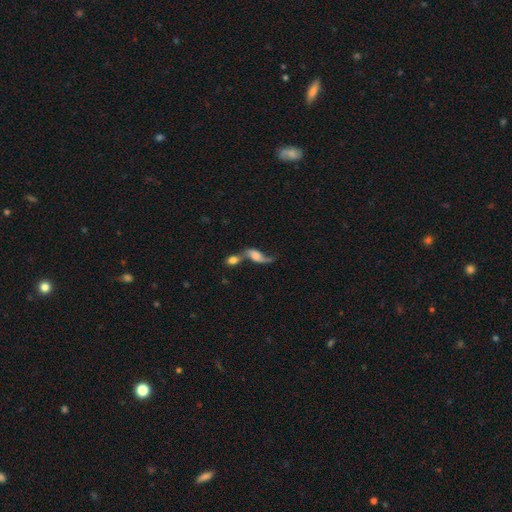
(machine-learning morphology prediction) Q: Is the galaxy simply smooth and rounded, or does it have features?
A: featured or disk — 49%.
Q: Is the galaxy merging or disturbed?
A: merger — 61%.